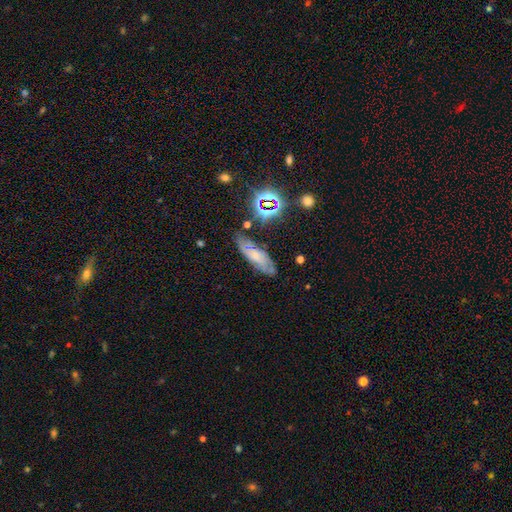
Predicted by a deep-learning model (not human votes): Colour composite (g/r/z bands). It shows a featured or disk galaxy (48%). Merging: none (74%).